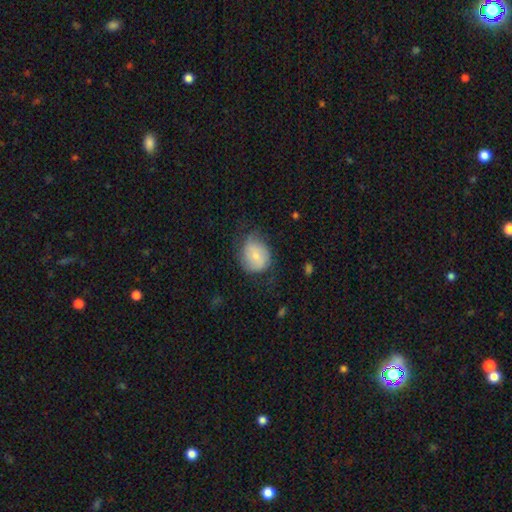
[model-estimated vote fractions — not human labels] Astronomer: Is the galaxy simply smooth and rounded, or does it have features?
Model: smooth — 66%.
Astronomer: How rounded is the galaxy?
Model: round — 64%.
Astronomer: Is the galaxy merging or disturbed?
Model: none — 50% (runner-up: minor disturbance, 33%).